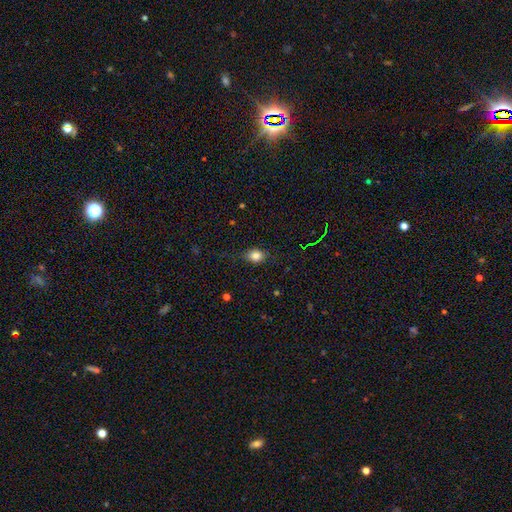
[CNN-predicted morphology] type=smooth (81%); roundness=in between (61%); merging=none (76%).